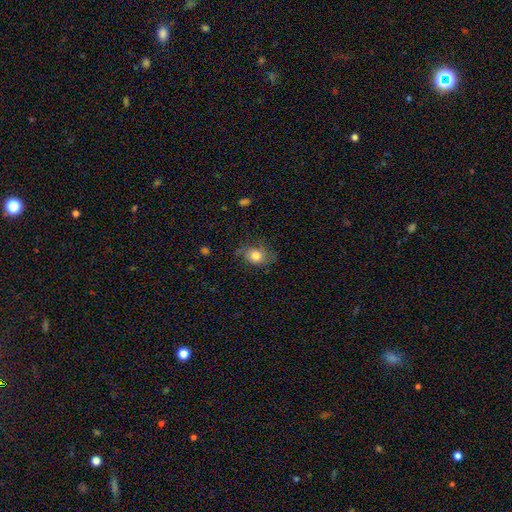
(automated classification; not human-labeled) A smooth galaxy with no disk features (75%) that is in between round and cigar-shaped (57%). Merging: none (65%).